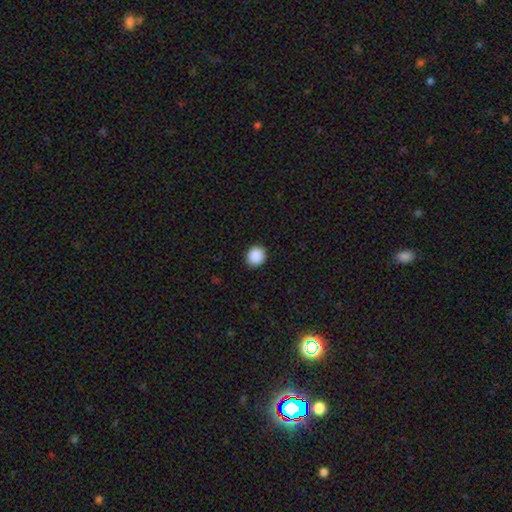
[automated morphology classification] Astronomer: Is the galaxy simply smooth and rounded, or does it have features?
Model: smooth — 89%.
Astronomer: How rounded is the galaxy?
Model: round — 86%.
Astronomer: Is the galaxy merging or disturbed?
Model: none — 92%.